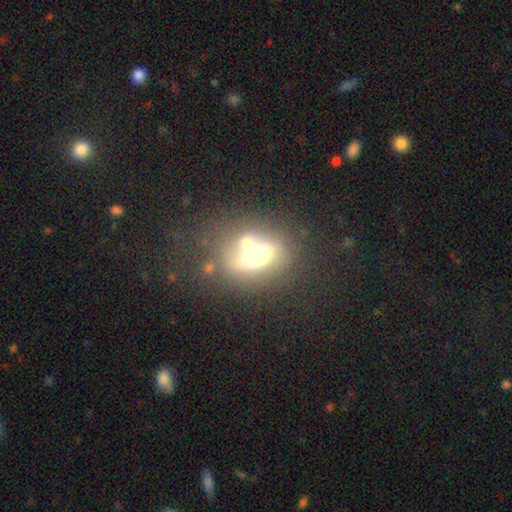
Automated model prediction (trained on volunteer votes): A smooth galaxy with no disk features (45%).

Vote fractions:
- Smooth or featured? smooth: 45% / featured or disk: 42% / star or artifact: 13%
- Merging? none: 48% / merger: 31% / minor disturbance: 13% / major disturbance: 9%